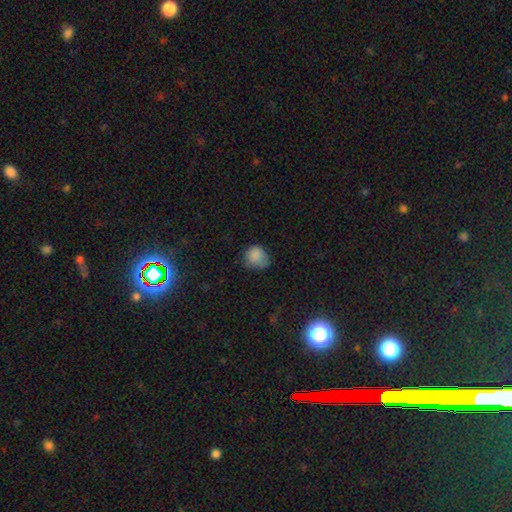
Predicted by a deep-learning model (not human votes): Smooth or featured: smooth — 84% (star or artifact — 10%)
How rounded: round — 70% (in between — 29%)
Merging: none — 53% (minor disturbance — 35%)